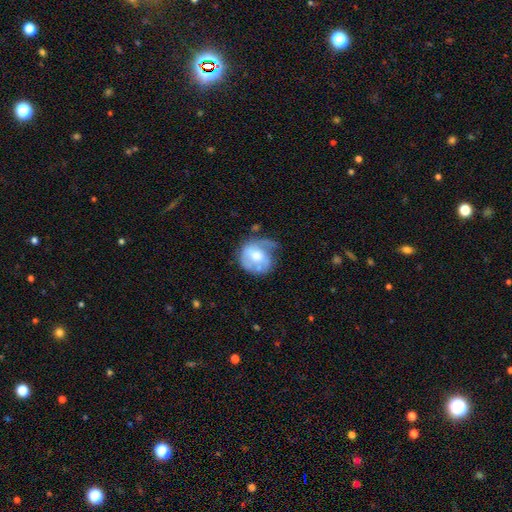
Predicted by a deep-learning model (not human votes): featured or disk 57%, smooth 36%, star or artifact 7%. Down the decision tree: edge-on disk — no (97%); bar — no (57%); spiral arms — yes (64%); bulge size — moderate (66%); merging — none (41%).